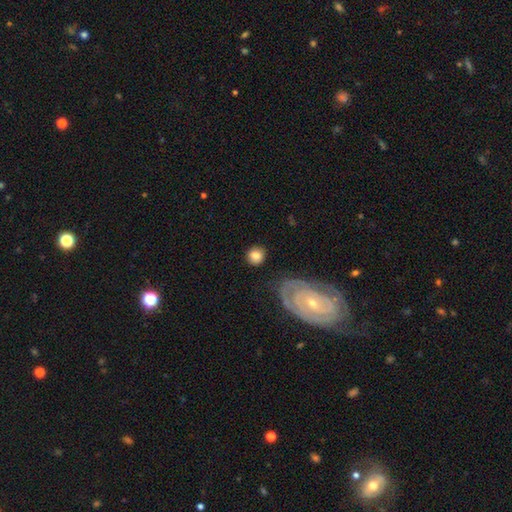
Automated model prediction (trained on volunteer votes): Smooth or featured? Predicted: smooth (p=0.78). How rounded? Predicted: round (p=0.85). Merging? Predicted: none (p=0.82).